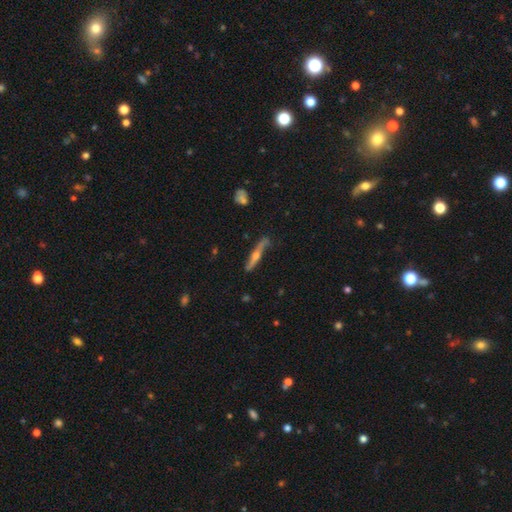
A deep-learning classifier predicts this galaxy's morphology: Overall: featured or disk (69%). Edge-on disk: yes (91%). Edge-on bulge: rounded (90%). Merging: none (76%).